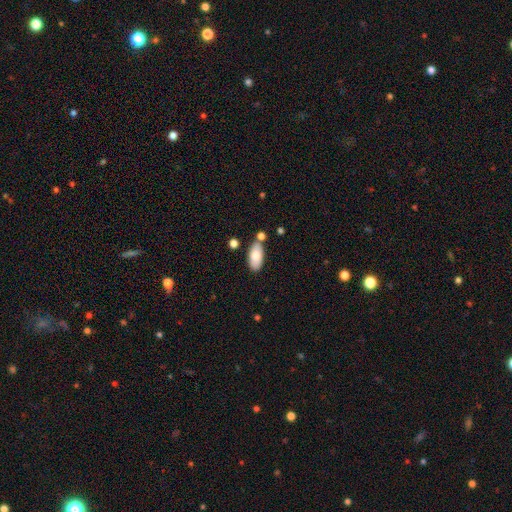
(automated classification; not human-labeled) This appears to be a smooth galaxy with no disk features (80%) that is in between round and cigar-shaped (91%). Merging: none (71%).